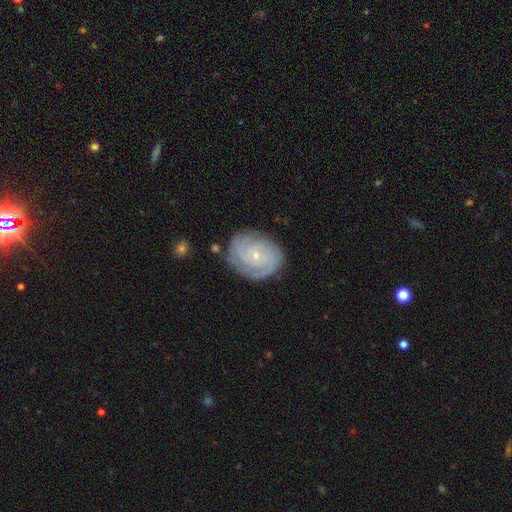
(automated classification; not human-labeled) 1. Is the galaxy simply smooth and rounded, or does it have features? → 81% featured or disk, 12% smooth, 6% star or artifact.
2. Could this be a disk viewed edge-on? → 97% no, 3% yes.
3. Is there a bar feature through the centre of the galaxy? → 75% no, 21% weak, 4% strong.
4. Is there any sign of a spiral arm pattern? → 96% yes, 4% no.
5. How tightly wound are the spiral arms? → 76% tight, 19% medium, 4% loose.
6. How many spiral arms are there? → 27% can't tell, 25% 3, 20% 2, 16% 4, 6% more than 4, 6% 1.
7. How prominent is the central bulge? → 83% small, 13% moderate, 2% none, 1% large, 1% dominant.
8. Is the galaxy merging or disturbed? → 79% none, 15% minor disturbance, 4% major disturbance, 2% merger.